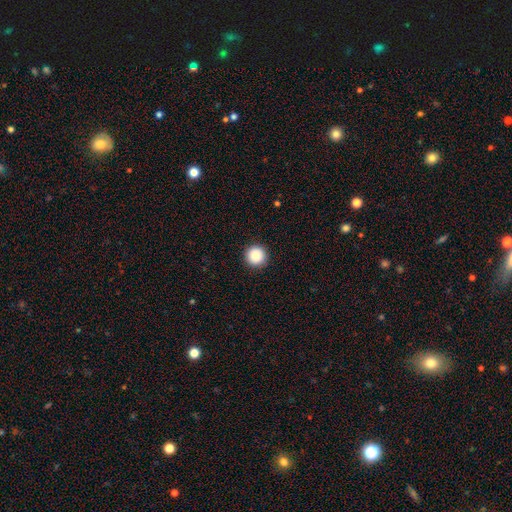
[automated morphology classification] Smooth or featured? smooth (86%)
How rounded? round (96%)
Merging? none (93%)